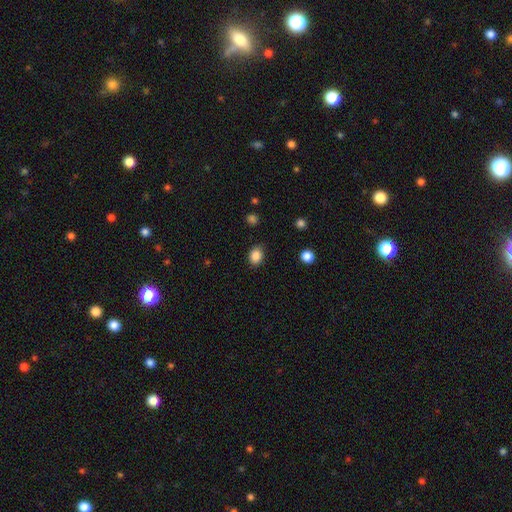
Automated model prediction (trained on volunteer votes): Overall: smooth (87%). How rounded: in between (58%; round 42%). Merging: none (83%).